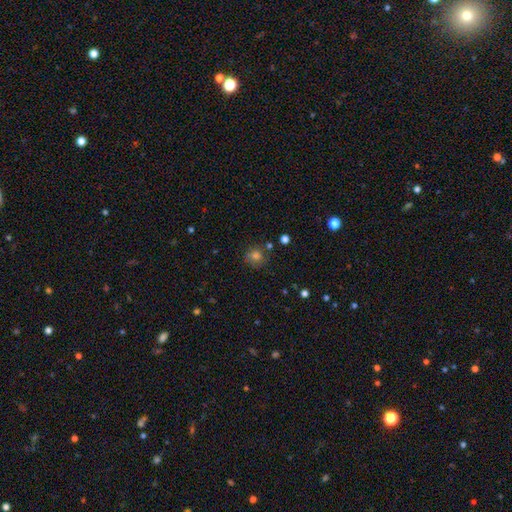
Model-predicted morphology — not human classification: Smooth or featured?
  - smooth: 74% *
  - star or artifact: 17%
  - featured or disk: 9%
How rounded?
  - round: 88% *
  - in between: 11%
  - cigar-shaped: 1%
Merging?
  - none: 76% *
  - minor disturbance: 15%
  - merger: 5%
  - major disturbance: 5%